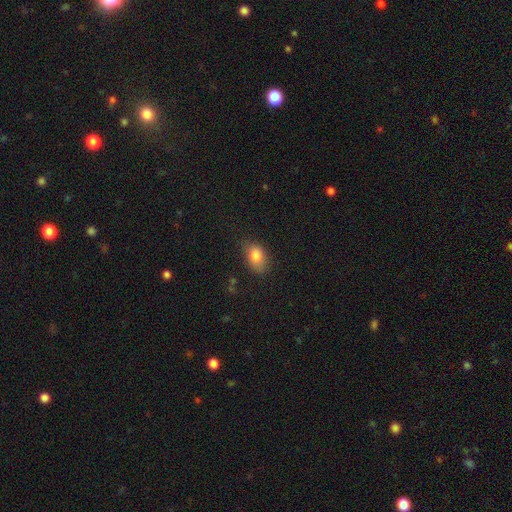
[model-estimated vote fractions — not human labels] Smooth or featured? Predicted: smooth (p=0.83). How rounded? Predicted: in between (p=0.84). Merging? Predicted: none (p=0.71).